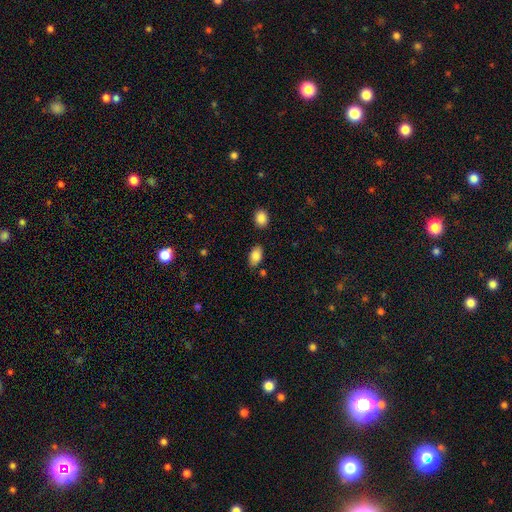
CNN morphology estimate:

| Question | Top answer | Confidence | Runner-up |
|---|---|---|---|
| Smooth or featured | smooth | 85% | star or artifact (7%) |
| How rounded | in between | 91% | round (7%) |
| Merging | none | 80% | minor disturbance (12%) |